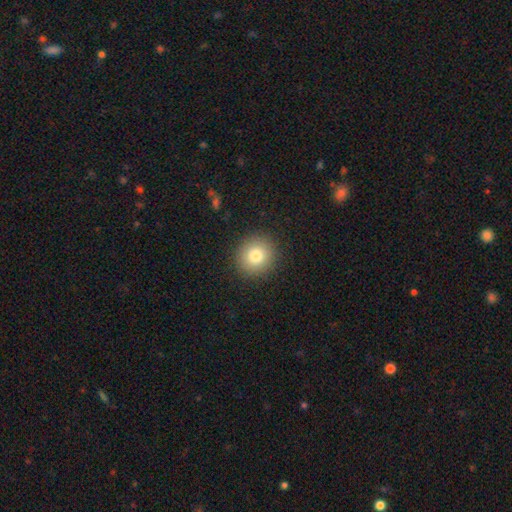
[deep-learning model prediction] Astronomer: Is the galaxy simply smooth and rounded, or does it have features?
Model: smooth — 80%.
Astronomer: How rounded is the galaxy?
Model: round — 90%.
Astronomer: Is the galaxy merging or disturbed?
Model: none — 91%.